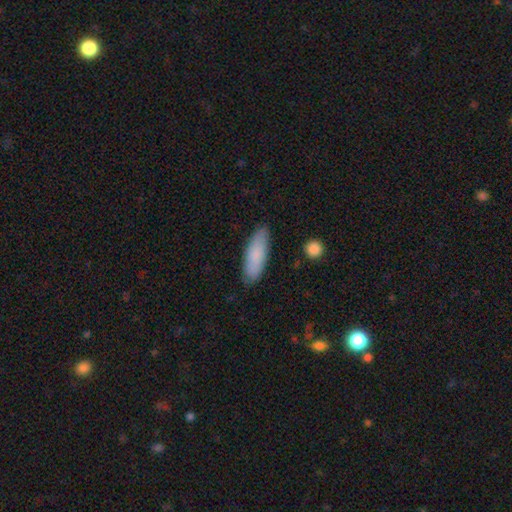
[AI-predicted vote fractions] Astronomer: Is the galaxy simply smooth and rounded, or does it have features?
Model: smooth — 84%.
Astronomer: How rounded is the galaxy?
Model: in between — 50% (runner-up: cigar-shaped, 48%).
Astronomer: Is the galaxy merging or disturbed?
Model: none — 85%.